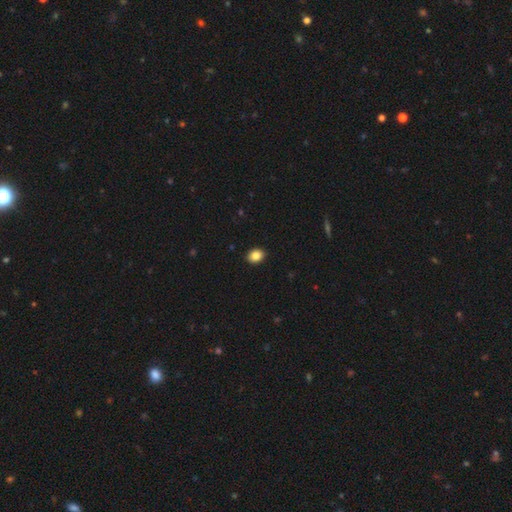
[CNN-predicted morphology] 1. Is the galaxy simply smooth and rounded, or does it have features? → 86% smooth, 9% star or artifact, 5% featured or disk.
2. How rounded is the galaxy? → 55% in between, 44% round, 1% cigar-shaped.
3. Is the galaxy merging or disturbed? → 91% none, 7% minor disturbance, 2% major disturbance, 1% merger.